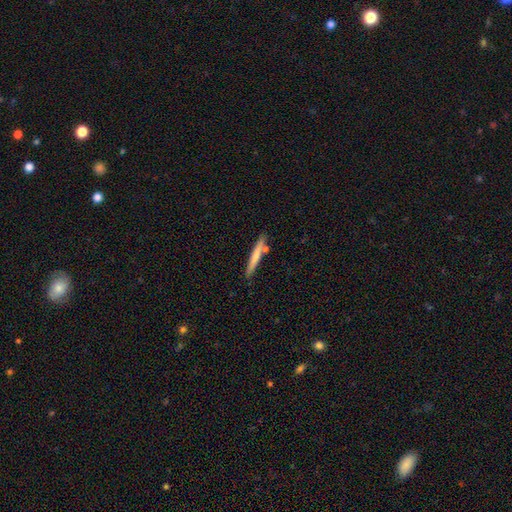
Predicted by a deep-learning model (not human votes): This appears to be a smooth galaxy with no disk features (65%) that is cigar-shaped (95%). Merging: none (78%).